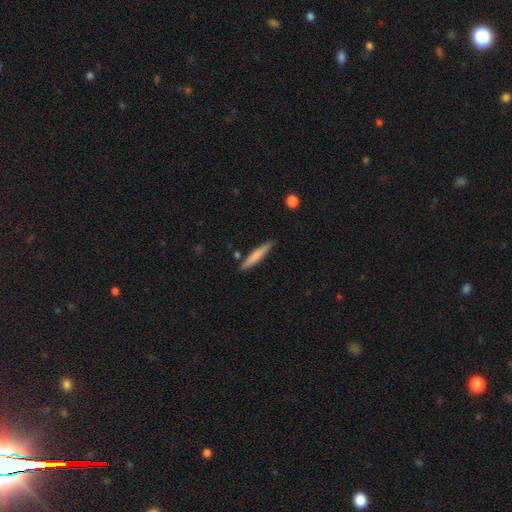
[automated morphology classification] This is likely a smooth galaxy (71%). How rounded: clearly cigar-shaped (93%). Merging: clearly none (86%).